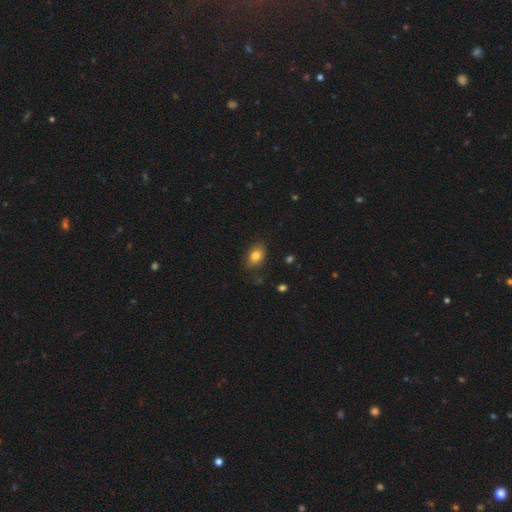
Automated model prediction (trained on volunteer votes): Smooth or featured: smooth — 81% (featured or disk — 10%)
How rounded: in between — 83% (round — 15%)
Merging: none — 82% (minor disturbance — 14%)